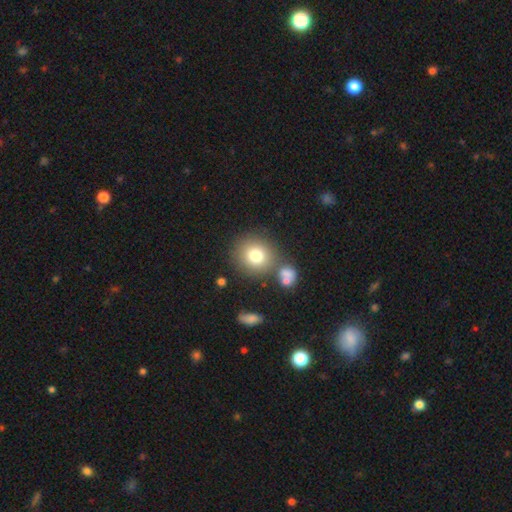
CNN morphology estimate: Smooth or featured? Predicted: smooth (p=0.78). How rounded? Predicted: round (p=0.86). Merging? Predicted: none (p=0.74).